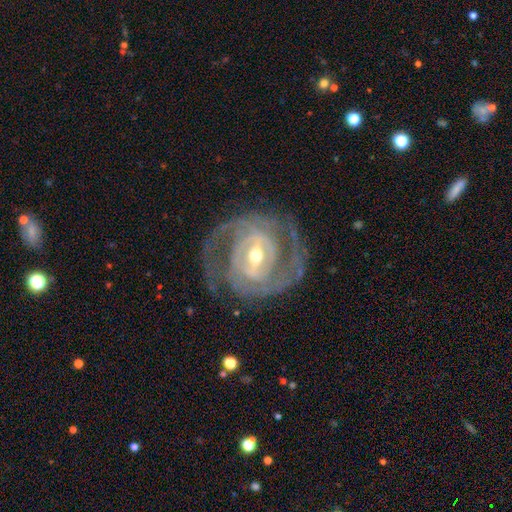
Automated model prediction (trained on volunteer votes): Smooth or featured? Predicted: featured or disk (p=0.91). Edge-on disk? Predicted: no (p=0.97). Bar? Predicted: strong (p=0.48). Spiral arms? Predicted: yes (p=0.96). Spiral winding? Predicted: tight (p=0.61). Spiral arm count? Predicted: 2 (p=0.66). Bulge size? Predicted: moderate (p=0.56). Merging? Predicted: none (p=0.77).